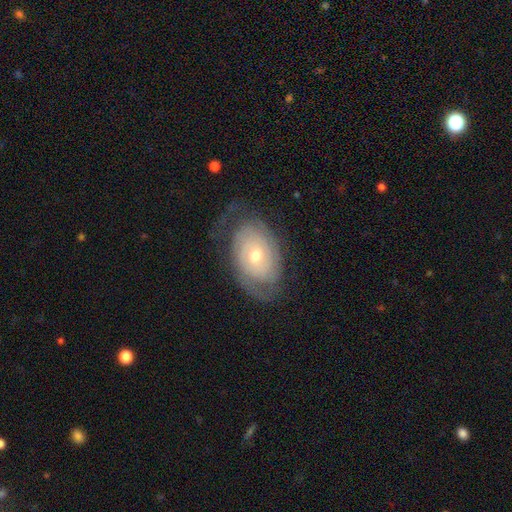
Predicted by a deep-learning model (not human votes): Smooth or featured? featured or disk (74%)
Edge-on disk? no (94%)
Bar? no (76%)
Spiral arms? yes (83%)
Spiral winding? tight (68%)
Spiral arm count? 2 (44%)
Bulge size? moderate (55%)
Merging? none (65%)